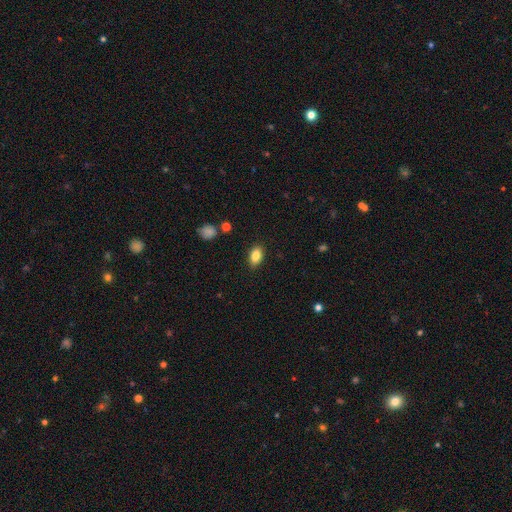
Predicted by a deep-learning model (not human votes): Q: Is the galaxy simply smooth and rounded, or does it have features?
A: smooth — 84%.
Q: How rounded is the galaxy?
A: in between — 88%.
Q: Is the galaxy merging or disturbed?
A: none — 87%.